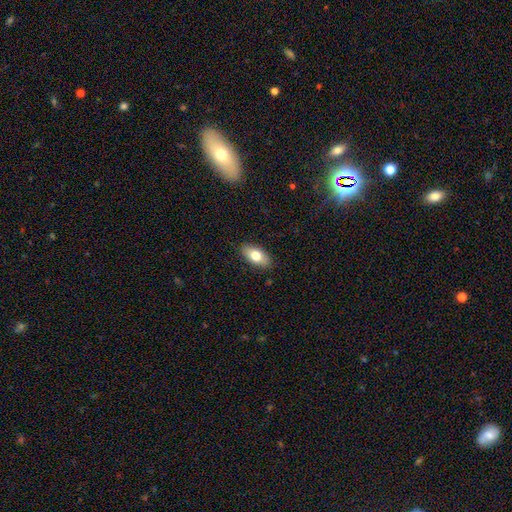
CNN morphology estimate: smooth 75%, featured or disk 18%, star or artifact 7%. Down the decision tree: how rounded — in between (91%); merging — none (87%).